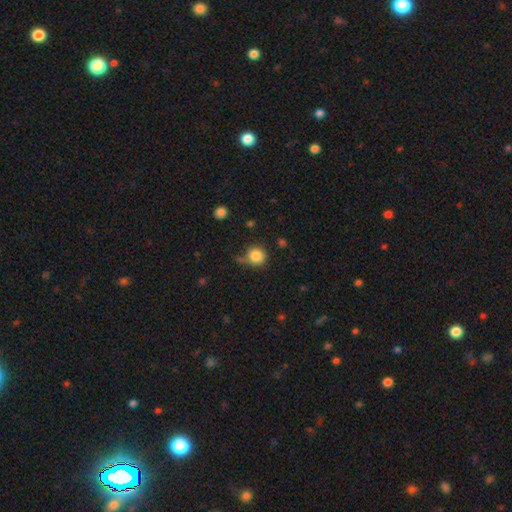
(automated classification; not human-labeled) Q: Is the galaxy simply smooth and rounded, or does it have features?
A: smooth — 84%.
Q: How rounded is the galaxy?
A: round — 88%.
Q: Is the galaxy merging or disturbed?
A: none — 65%.